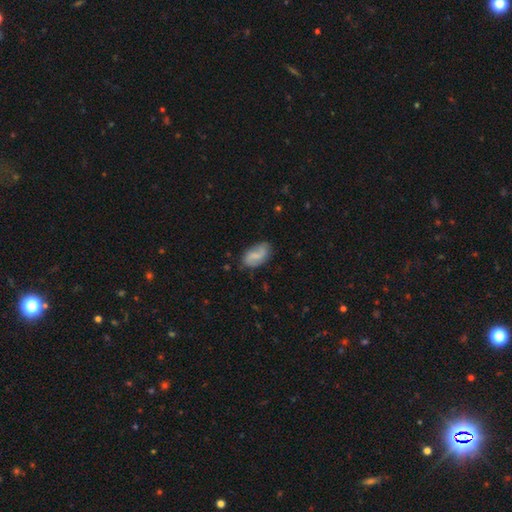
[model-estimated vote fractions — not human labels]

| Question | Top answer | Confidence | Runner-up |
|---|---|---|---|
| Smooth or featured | smooth | 54% | featured or disk (39%) |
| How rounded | in between | 92% | round (6%) |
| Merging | none | 68% | minor disturbance (24%) |